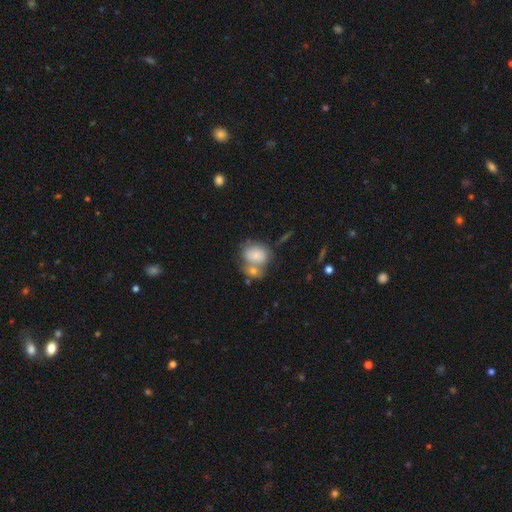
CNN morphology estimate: Smooth or featured? Predicted: smooth (p=0.75). How rounded? Predicted: round (p=0.52). Merging? Predicted: merger (p=0.48).